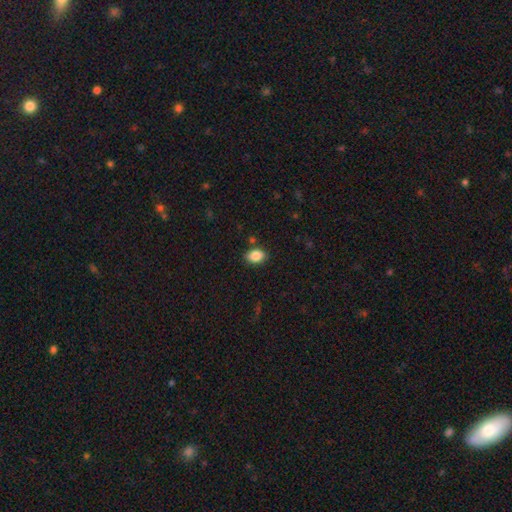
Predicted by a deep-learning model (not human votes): Q: Smooth or featured?
A: smooth (87%); runner-up: star or artifact (8%)
Q: How rounded?
A: in between (81%); runner-up: round (18%)
Q: Merging?
A: none (85%); runner-up: minor disturbance (10%)